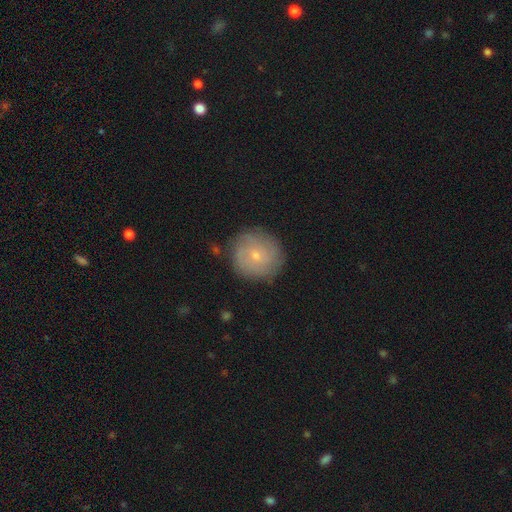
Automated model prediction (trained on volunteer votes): smooth-or-featured: featured or disk: 49% | smooth: 42% | star or artifact: 8%
  merging: none: 82% | minor disturbance: 13% | major disturbance: 4% | merger: 2%